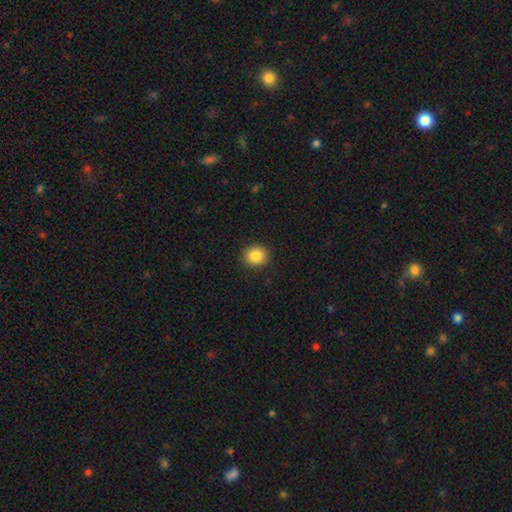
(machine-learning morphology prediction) smooth-or-featured: smooth: 85% | star or artifact: 9% | featured or disk: 5%
  how-rounded: round: 85% | in between: 14% | cigar-shaped: 1%
  merging: none: 91% | minor disturbance: 6% | major disturbance: 2% | merger: 1%